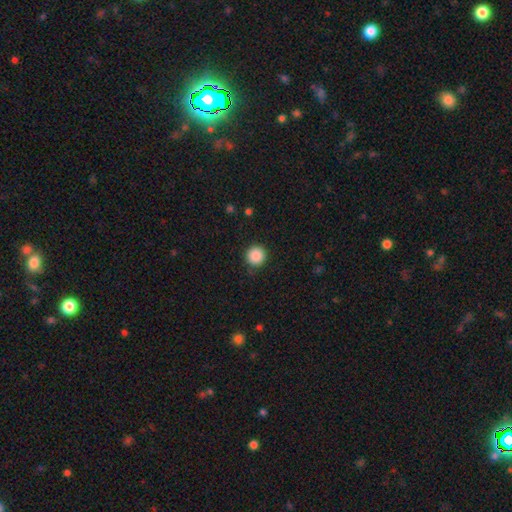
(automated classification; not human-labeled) smooth 88%, star or artifact 9%, featured or disk 3%. Down the decision tree: how rounded — round (95%); merging — none (89%).